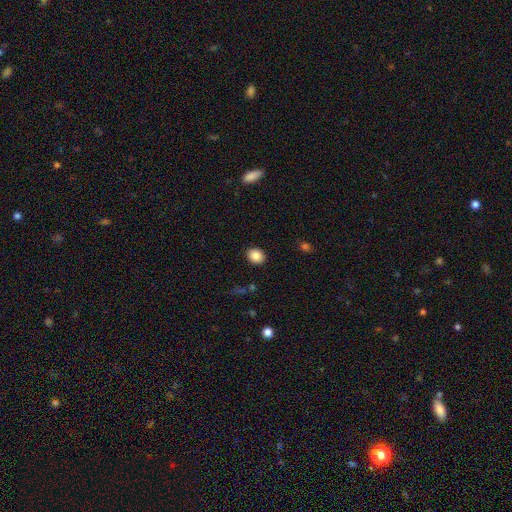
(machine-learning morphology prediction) Q: Smooth or featured?
A: smooth (85%); runner-up: star or artifact (9%)
Q: How rounded?
A: in between (52%); runner-up: round (48%)
Q: Merging?
A: none (90%); runner-up: minor disturbance (7%)